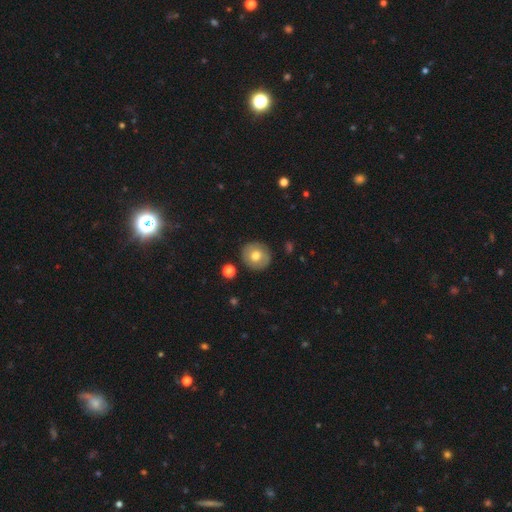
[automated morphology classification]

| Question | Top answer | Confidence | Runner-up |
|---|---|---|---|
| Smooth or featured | smooth | 68% | featured or disk (24%) |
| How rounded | round | 88% | in between (11%) |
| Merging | none | 87% | minor disturbance (9%) |